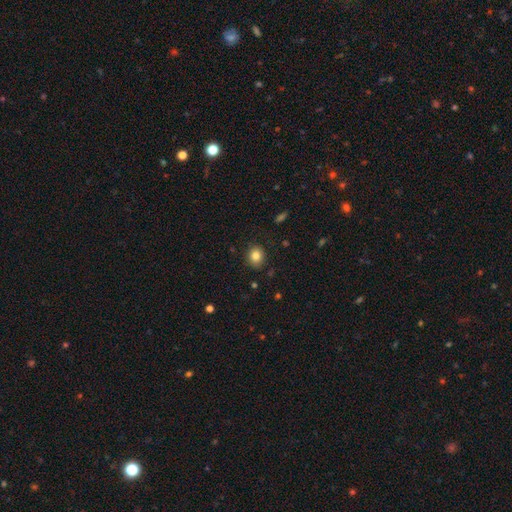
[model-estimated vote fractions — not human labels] smooth_or_featured: smooth (p=0.83) [alt: star or artifact p=0.10]
how_rounded: round (p=0.70) [alt: in between p=0.29]
merging: none (p=0.86) [alt: minor disturbance p=0.11]